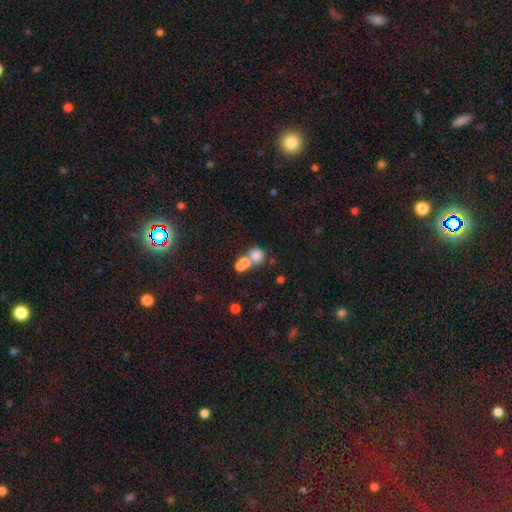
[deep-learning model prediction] smooth 73%, featured or disk 14%, star or artifact 13%. Down the decision tree: how rounded — round (79%); merging — merger (55%).